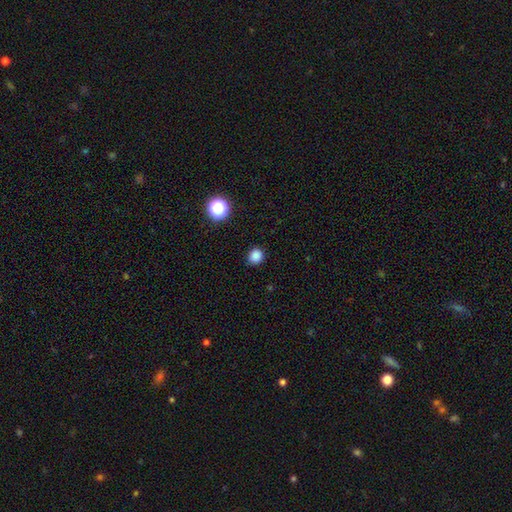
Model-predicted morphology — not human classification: type=smooth (84%); roundness=round (86%); merging=none (89%).